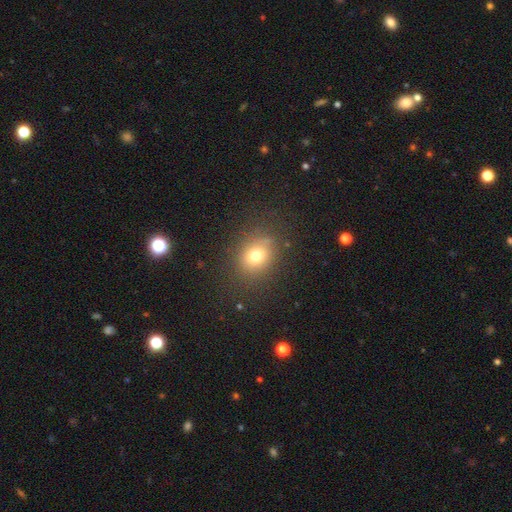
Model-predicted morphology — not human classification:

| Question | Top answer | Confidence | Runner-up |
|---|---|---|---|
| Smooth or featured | smooth | 73% | star or artifact (16%) |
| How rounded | round | 55% | in between (44%) |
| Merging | none | 81% | minor disturbance (12%) |